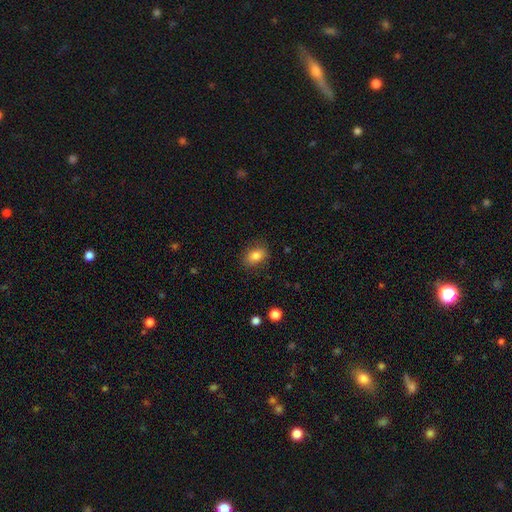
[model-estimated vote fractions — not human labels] Smooth or featured?
  - smooth: 82% *
  - star or artifact: 9%
  - featured or disk: 9%
How rounded?
  - in between: 80% *
  - round: 18%
  - cigar-shaped: 2%
Merging?
  - none: 85% *
  - minor disturbance: 11%
  - major disturbance: 3%
  - merger: 1%